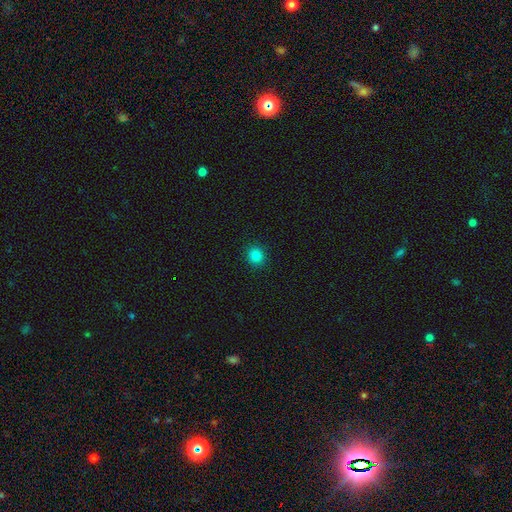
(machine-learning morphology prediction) smooth_or_featured: smooth (p=0.84) [alt: star or artifact p=0.12]
how_rounded: round (p=0.84) [alt: in between p=0.15]
merging: none (p=0.92) [alt: minor disturbance p=0.06]